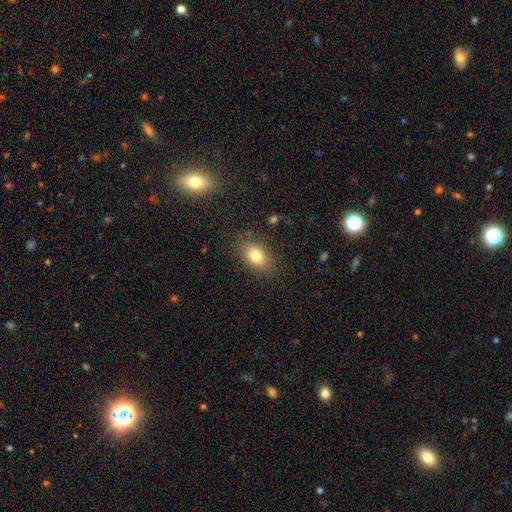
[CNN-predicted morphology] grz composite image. It shows a smooth galaxy with no disk features (81%) that is in between round and cigar-shaped (83%). Merging: none (82%).